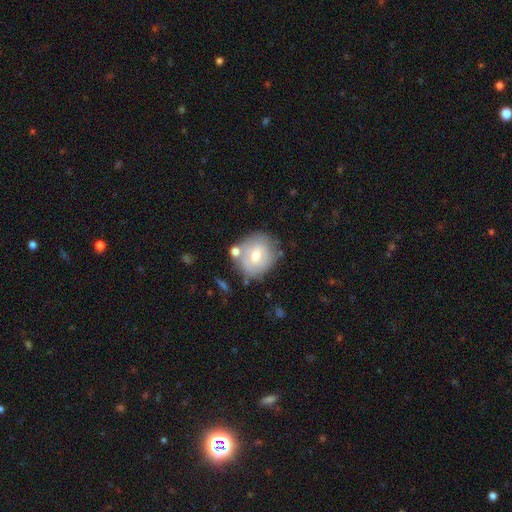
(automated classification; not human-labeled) This appears to be a smooth galaxy with no disk features (51%) that is round (69%). Merging: none (68%).